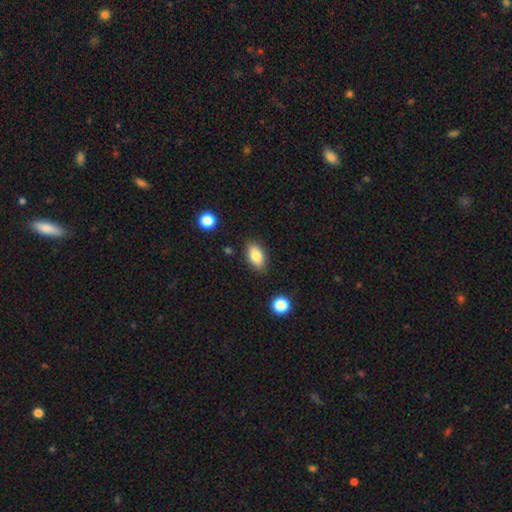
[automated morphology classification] Overall: smooth (82%). How rounded: in between (89%). Merging: none (84%).